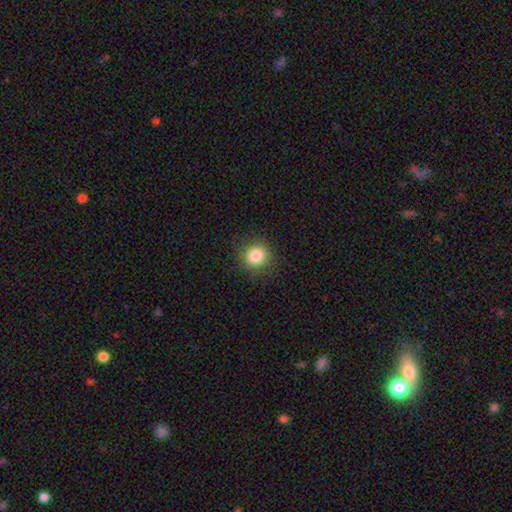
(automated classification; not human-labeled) The model was most divided on "smooth or featured": smooth: 84%, star or artifact: 11%, featured or disk: 5%. More confident: how rounded — round (92%); merging — none (88%).